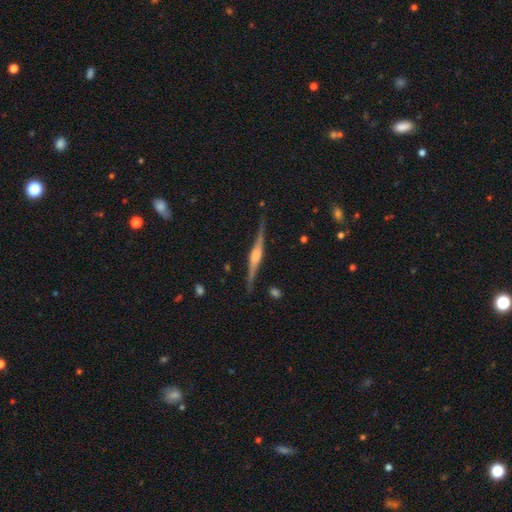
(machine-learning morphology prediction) Smooth or featured: featured or disk — 83% (smooth — 12%)
Edge-on disk: yes — 98% (no — 2%)
Edge-on bulge: rounded — 79% (boxy — 16%)
Merging: none — 85% (minor disturbance — 11%)